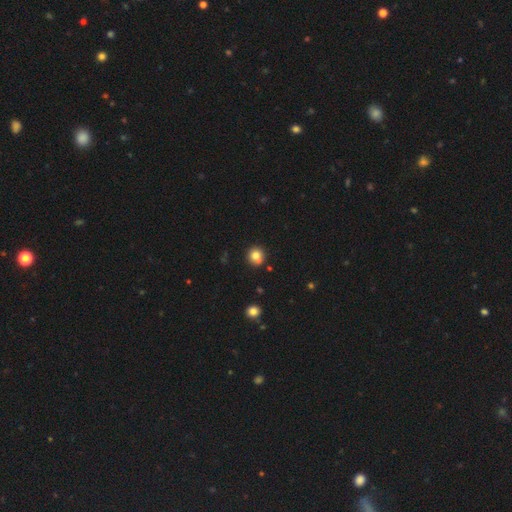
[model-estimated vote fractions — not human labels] This is clearly a smooth galaxy (82%). How rounded: clearly round (91%). Merging: clearly none (85%).